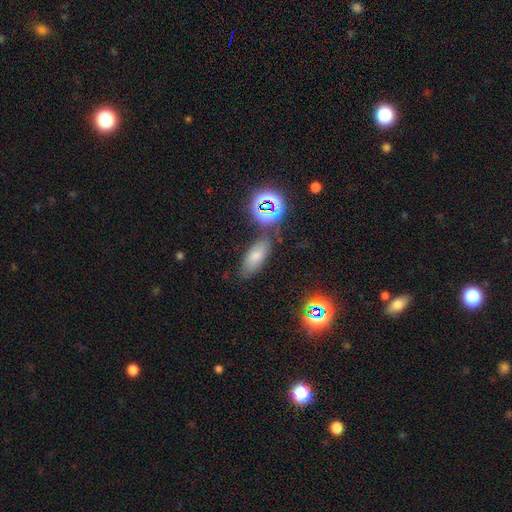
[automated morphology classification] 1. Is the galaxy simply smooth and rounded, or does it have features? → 52% smooth, 31% star or artifact, 17% featured or disk.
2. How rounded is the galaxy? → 73% in between, 19% cigar-shaped, 8% round.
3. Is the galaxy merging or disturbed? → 79% none, 12% minor disturbance, 5% merger, 4% major disturbance.